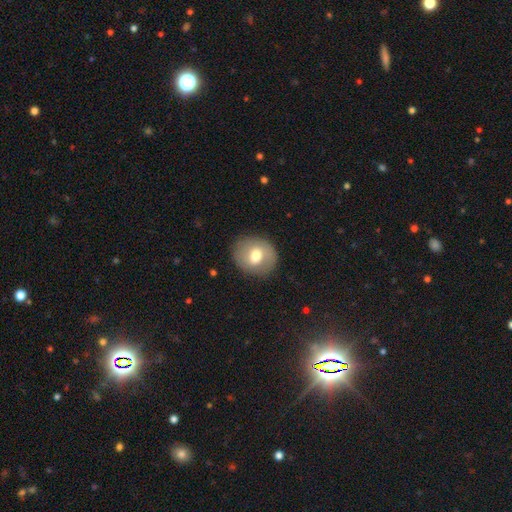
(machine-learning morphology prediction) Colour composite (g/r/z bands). It shows a smooth galaxy with no disk features (64%) that is round (72%). Merging: none (85%).